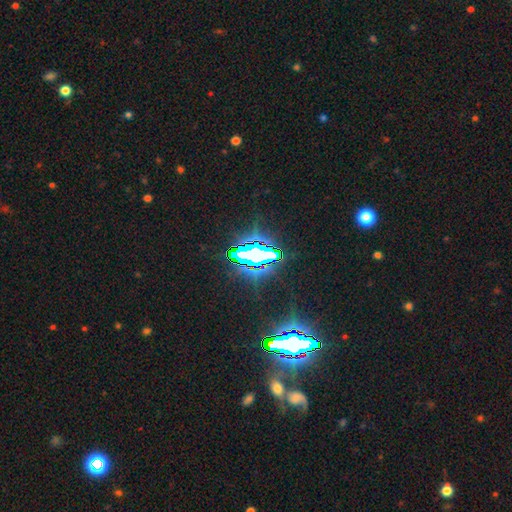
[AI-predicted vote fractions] The model was most divided on "smooth or featured": star or artifact: 77%, featured or disk: 12%, smooth: 12%.